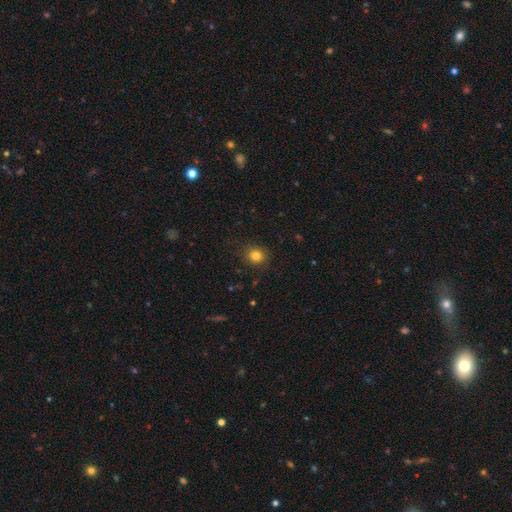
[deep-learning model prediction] Smooth or featured? Predicted: smooth (p=0.82). How rounded? Predicted: round (p=0.85). Merging? Predicted: none (p=0.86).